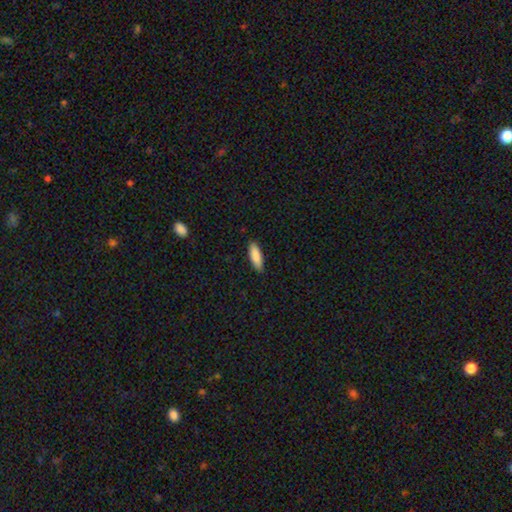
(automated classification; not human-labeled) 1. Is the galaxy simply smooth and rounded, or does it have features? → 88% smooth, 7% featured or disk, 6% star or artifact.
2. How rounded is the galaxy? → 54% in between, 44% cigar-shaped, 2% round.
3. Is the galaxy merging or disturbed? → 88% none, 9% minor disturbance, 2% major disturbance, 1% merger.